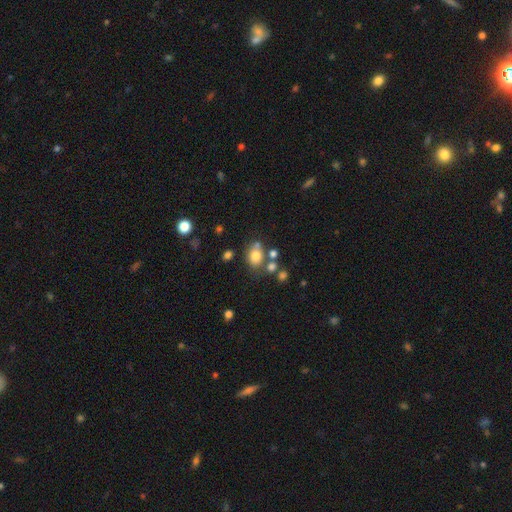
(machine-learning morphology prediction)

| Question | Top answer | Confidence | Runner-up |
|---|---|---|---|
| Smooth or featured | smooth | 76% | star or artifact (13%) |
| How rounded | in between | 55% | round (44%) |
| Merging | none | 59% | merger (18%) |